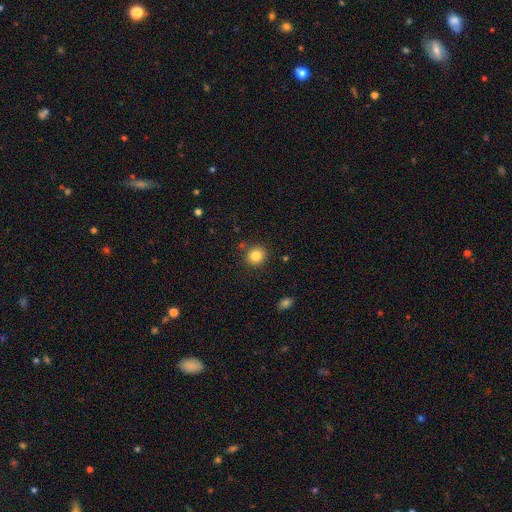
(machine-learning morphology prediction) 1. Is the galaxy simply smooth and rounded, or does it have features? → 83% smooth, 11% star or artifact, 6% featured or disk.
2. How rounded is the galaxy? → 87% round, 12% in between, 1% cigar-shaped.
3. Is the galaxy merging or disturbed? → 87% none, 8% minor disturbance, 3% merger, 2% major disturbance.